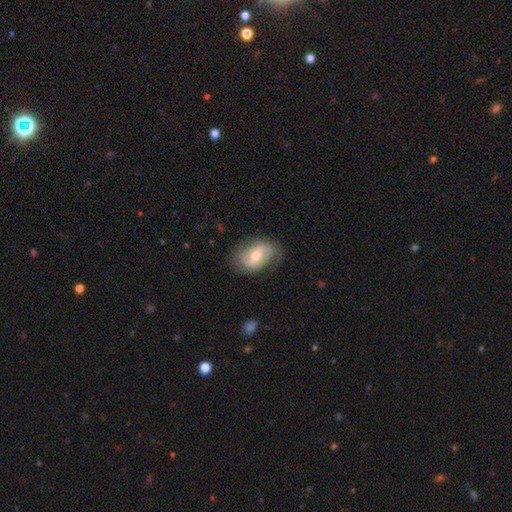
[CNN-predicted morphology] smooth_or_featured: featured or disk (p=0.63) [alt: smooth p=0.30]
disk_edge_on: no (p=0.95) [alt: yes p=0.05]
bar: weak (p=0.46) [alt: no p=0.28]
has_spiral_arms: yes (p=0.79) [alt: no p=0.21]
bulge_size: moderate (p=0.68) [alt: small p=0.26]
merging: none (p=0.69) [alt: minor disturbance p=0.21]